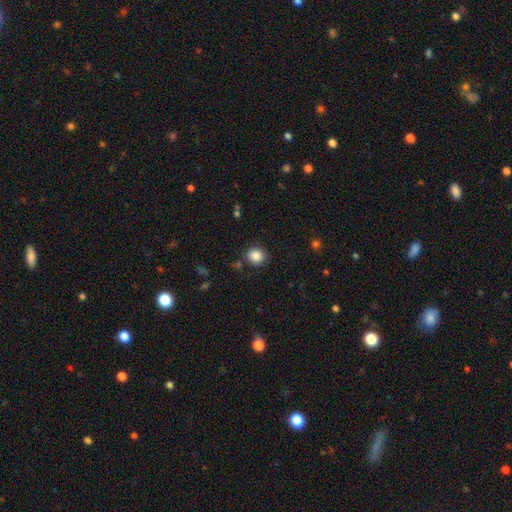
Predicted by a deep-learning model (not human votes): smooth_or_featured: smooth (p=0.86) [alt: star or artifact p=0.10]
how_rounded: round (p=0.85) [alt: in between p=0.14]
merging: none (p=0.86) [alt: minor disturbance p=0.09]